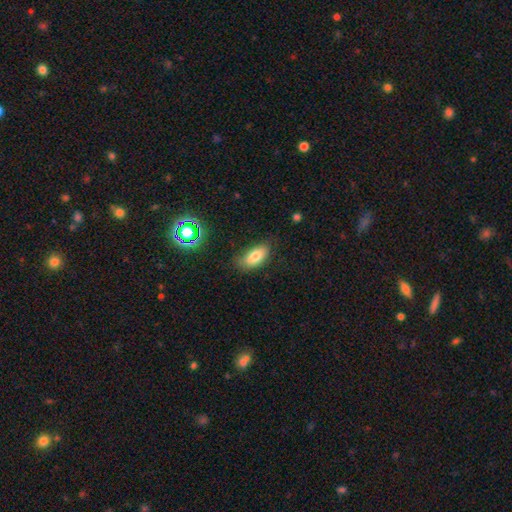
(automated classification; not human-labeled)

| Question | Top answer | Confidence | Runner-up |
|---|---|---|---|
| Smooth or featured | smooth | 78% | featured or disk (12%) |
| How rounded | in between | 88% | cigar-shaped (9%) |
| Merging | none | 72% | minor disturbance (21%) |